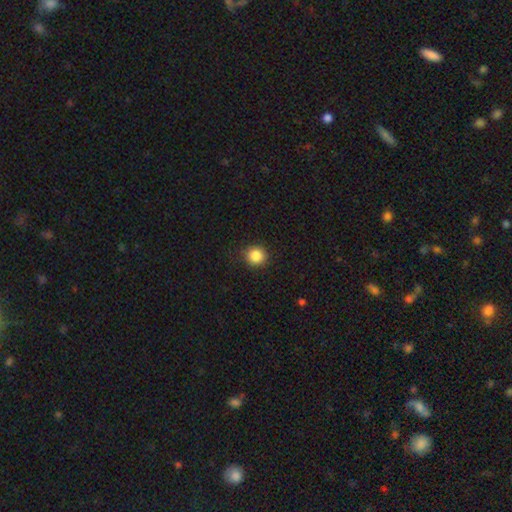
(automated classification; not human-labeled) This is clearly a smooth galaxy (86%). How rounded: clearly round (91%). Merging: clearly none (88%).